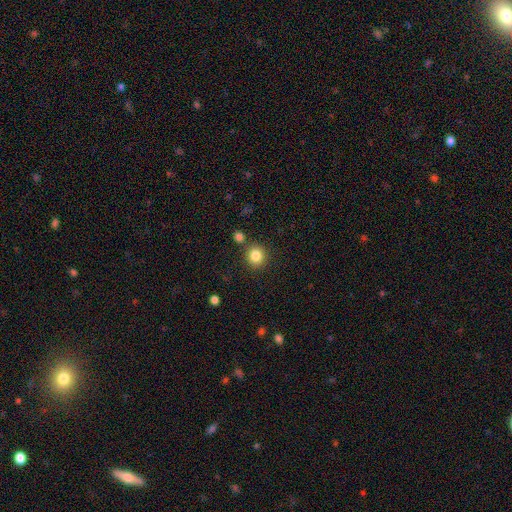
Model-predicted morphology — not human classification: A smooth galaxy with no disk features (84%) that is round (89%). Merging: none (81%).